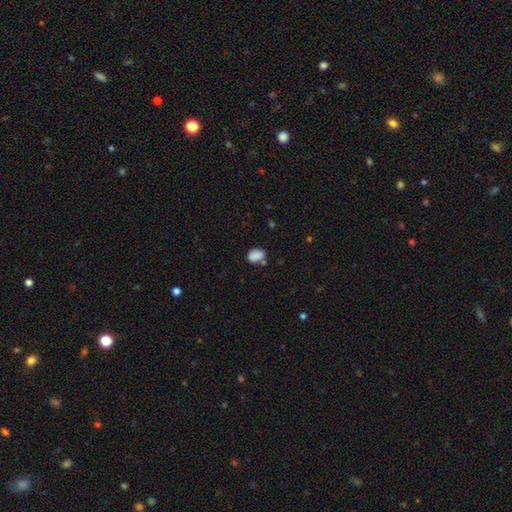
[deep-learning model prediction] A smooth galaxy with no disk features (84%) that is in between round and cigar-shaped (76%). Merging: none (64%).